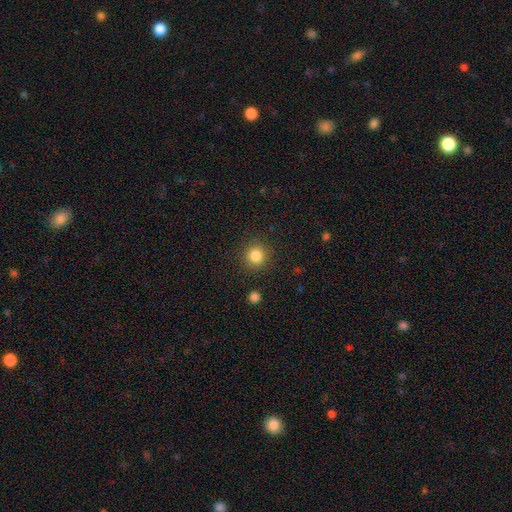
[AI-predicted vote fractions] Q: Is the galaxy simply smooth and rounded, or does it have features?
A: smooth — 84%.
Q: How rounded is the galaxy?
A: round — 92%.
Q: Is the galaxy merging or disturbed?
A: none — 89%.